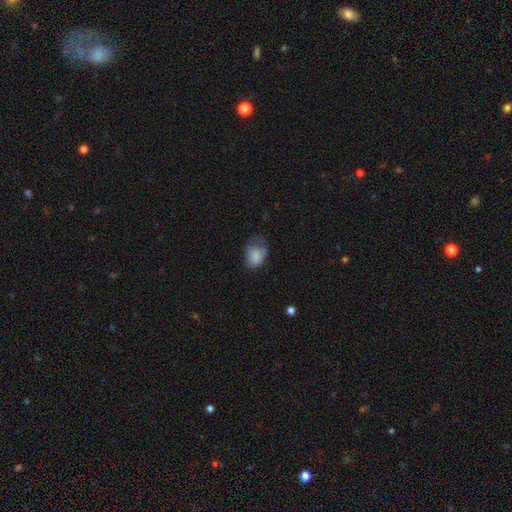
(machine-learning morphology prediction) This is clearly a smooth galaxy (81%). How rounded: likely in between (69%). Merging: marginally minor disturbance (37%, tied with none).